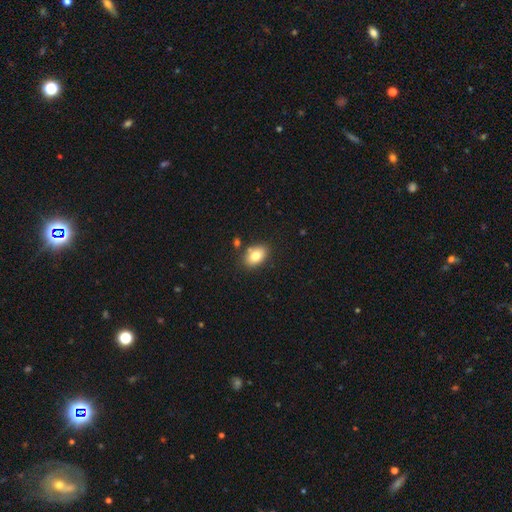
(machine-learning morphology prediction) Smooth or featured: smooth — 80% (featured or disk — 11%)
How rounded: in between — 84% (round — 15%)
Merging: none — 77% (minor disturbance — 12%)